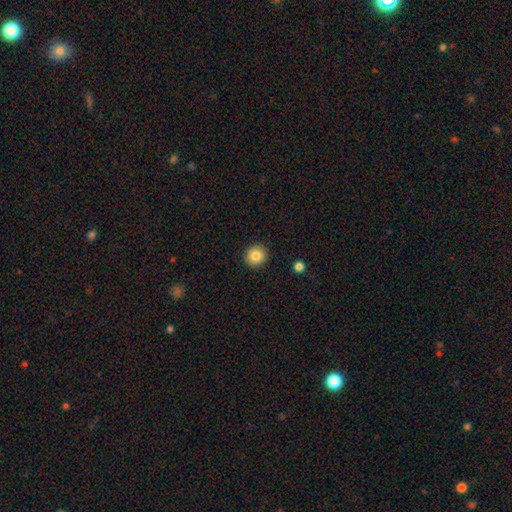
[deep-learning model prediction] A smooth galaxy with no disk features (83%) that is round (92%). Merging: none (92%).